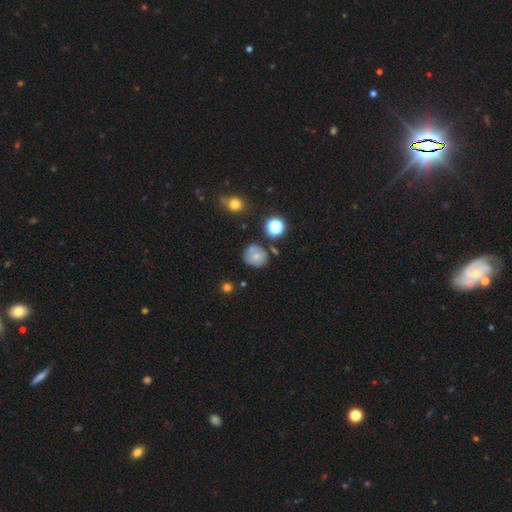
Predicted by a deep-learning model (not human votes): Q: Smooth or featured?
A: smooth (62%); runner-up: featured or disk (25%)
Q: How rounded?
A: round (79%); runner-up: in between (20%)
Q: Merging?
A: none (63%); runner-up: minor disturbance (22%)